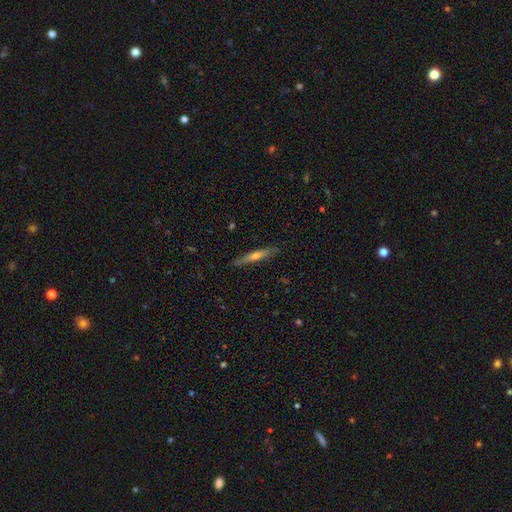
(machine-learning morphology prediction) This appears to be a featured or disk galaxy (48%). Merging: none (86%).